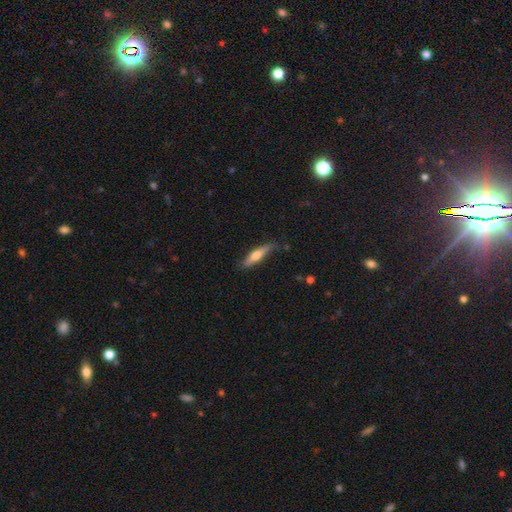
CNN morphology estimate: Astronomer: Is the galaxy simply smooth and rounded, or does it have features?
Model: smooth — 59% (runner-up: featured or disk, 35%).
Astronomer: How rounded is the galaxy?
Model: cigar-shaped — 78%.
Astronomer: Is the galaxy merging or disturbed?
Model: none — 76%.